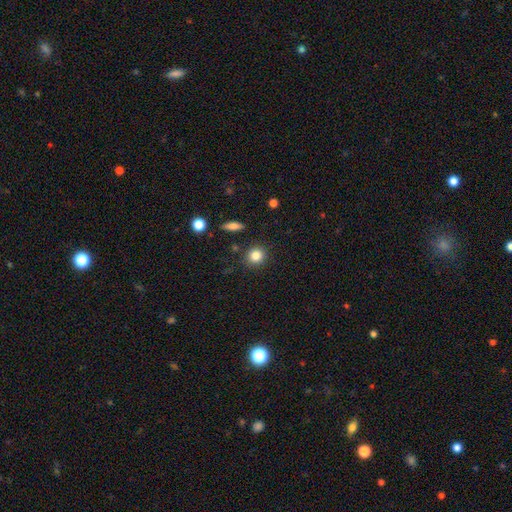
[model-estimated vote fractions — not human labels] Smooth or featured? smooth (83%)
How rounded? round (87%)
Merging? none (88%)